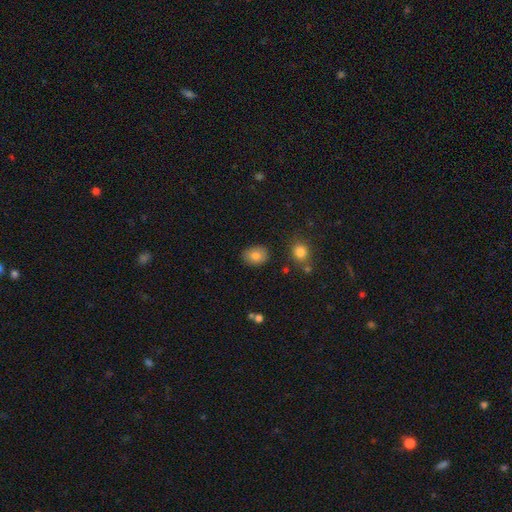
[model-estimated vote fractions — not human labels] smooth_or_featured: smooth (p=0.81) [alt: featured or disk p=0.10]
how_rounded: in between (p=0.61) [alt: round p=0.38]
merging: none (p=0.85) [alt: minor disturbance p=0.10]